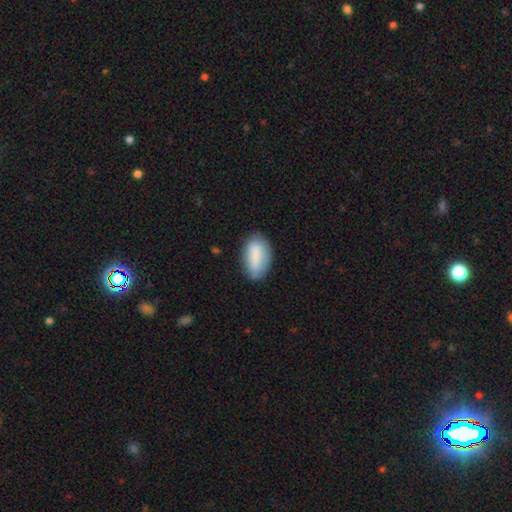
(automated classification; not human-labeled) Q: Smooth or featured?
A: smooth (79%); runner-up: featured or disk (14%)
Q: How rounded?
A: in between (91%); runner-up: cigar-shaped (6%)
Q: Merging?
A: none (72%); runner-up: minor disturbance (21%)